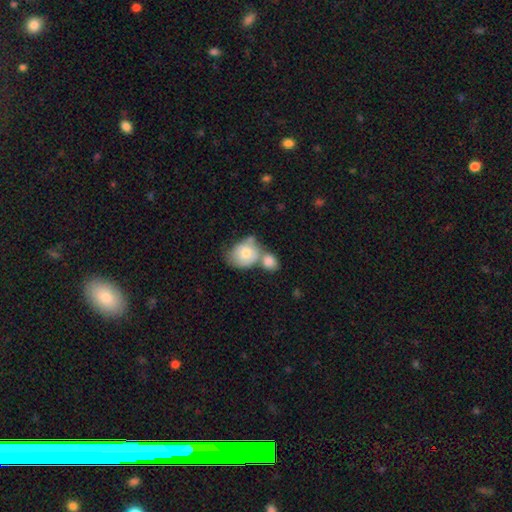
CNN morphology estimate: A smooth galaxy with no disk features (53%) that is round (63%).

Vote fractions:
- Smooth or featured? smooth: 53% / featured or disk: 32% / star or artifact: 15%
- How rounded? round: 63% / in between: 34% / cigar-shaped: 2%
- Merging? none: 47% / merger: 35% / minor disturbance: 13% / major disturbance: 5%